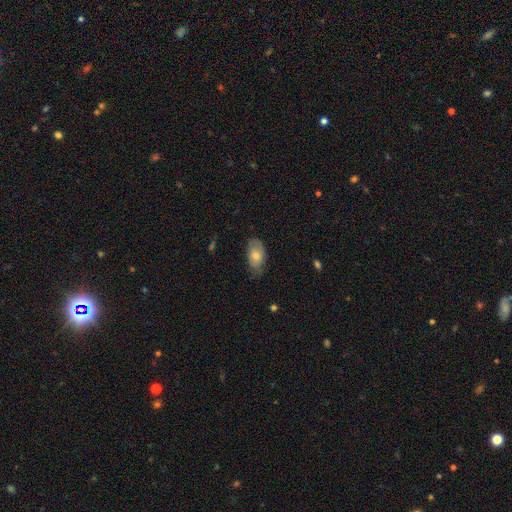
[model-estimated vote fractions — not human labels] Morphology: type=smooth (65%); roundness=in between (92%); merging=none (66%).